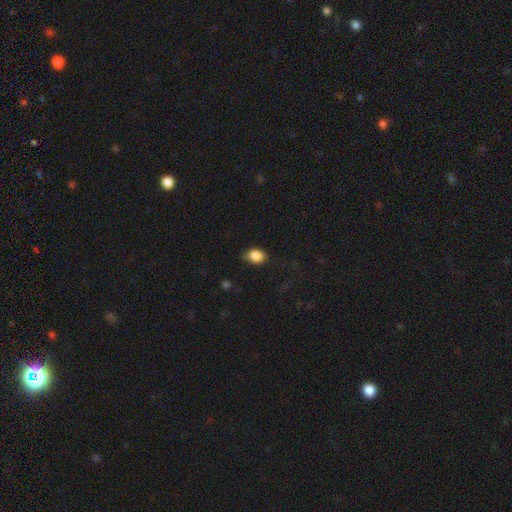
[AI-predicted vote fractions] The model was most divided on "how rounded": in between: 62%, round: 36%, cigar-shaped: 1%. More confident: smooth or featured — smooth (87%); merging — none (72%).